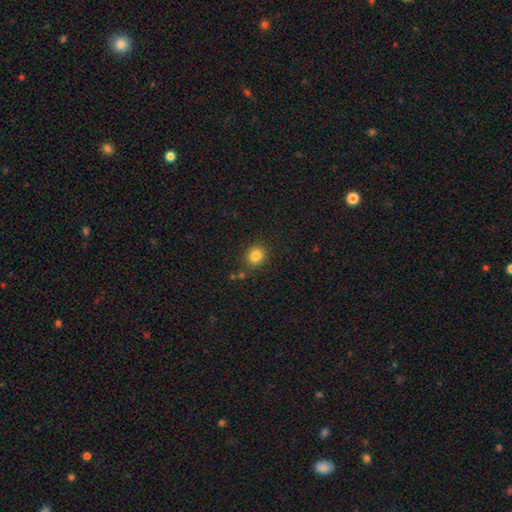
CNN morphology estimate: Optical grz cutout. It shows a smooth galaxy with no disk features (84%) that is round (75%). Merging: none (84%).